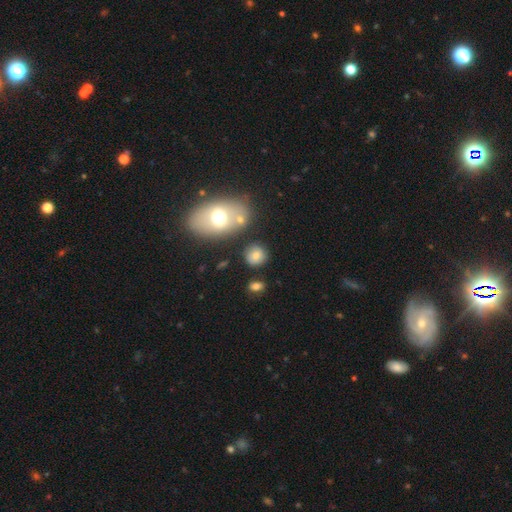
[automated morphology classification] Overall: smooth (73%). How rounded: round (85%). Merging: none (81%).